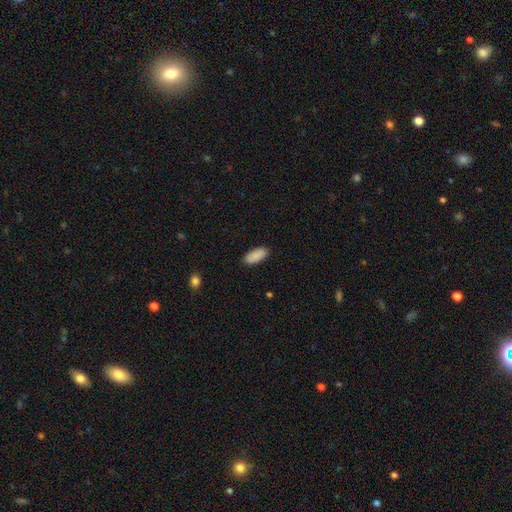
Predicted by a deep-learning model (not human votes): Overall: smooth (88%). How rounded: in between (88%). Merging: none (88%).